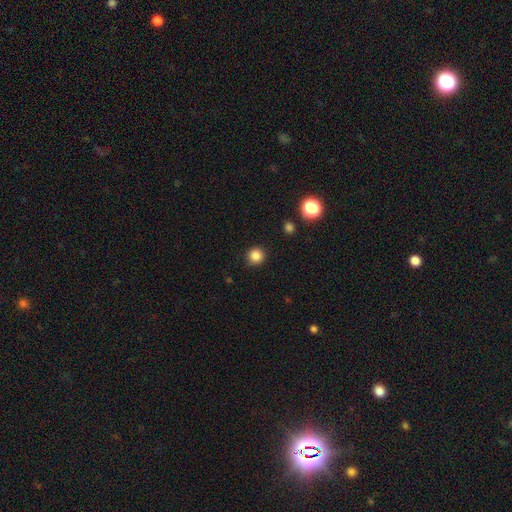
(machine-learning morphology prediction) Overall: smooth (85%). How rounded: round (93%). Merging: none (91%).